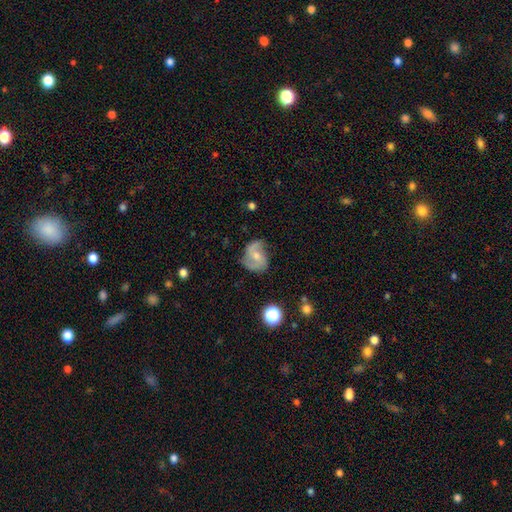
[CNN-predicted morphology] smooth_or_featured: featured or disk (p=0.73) [alt: smooth p=0.19]
disk_edge_on: no (p=0.98) [alt: yes p=0.02]
bar: no (p=0.46) [alt: weak p=0.43]
has_spiral_arms: yes (p=0.92) [alt: no p=0.08]
spiral_winding: medium (p=0.47) [alt: loose p=0.37]
spiral_arm_count: 2 (p=0.83) [alt: can't tell p=0.07]
bulge_size: moderate (p=0.46) [alt: small p=0.45]
merging: none (p=0.62) [alt: minor disturbance p=0.24]